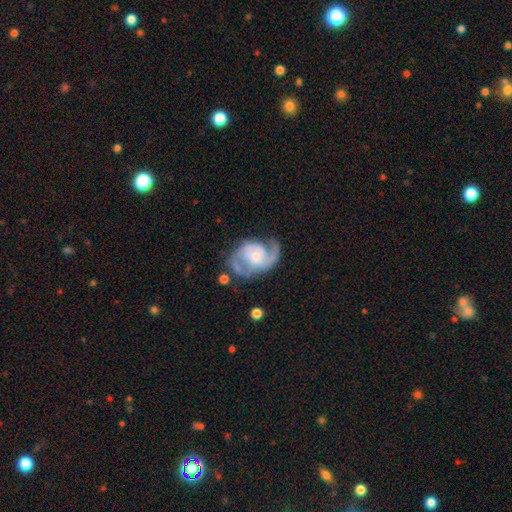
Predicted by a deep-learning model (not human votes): Smooth or featured: featured or disk — 84% (smooth — 11%)
Edge-on disk: no — 98% (yes — 2%)
Bar: no — 58% (weak — 35%)
Spiral arms: yes — 94% (no — 6%)
Spiral winding: medium — 52% (tight — 26%)
Spiral arm count: 2 — 78% (can't tell — 7%)
Bulge size: small — 39% (moderate — 37%)
Merging: none — 59% (minor disturbance — 21%)